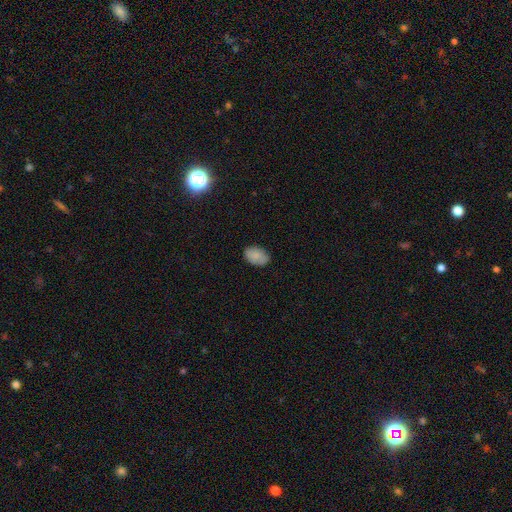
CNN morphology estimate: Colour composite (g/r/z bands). It shows a smooth galaxy with no disk features (84%) that is in between round and cigar-shaped (87%). Merging: none (82%).